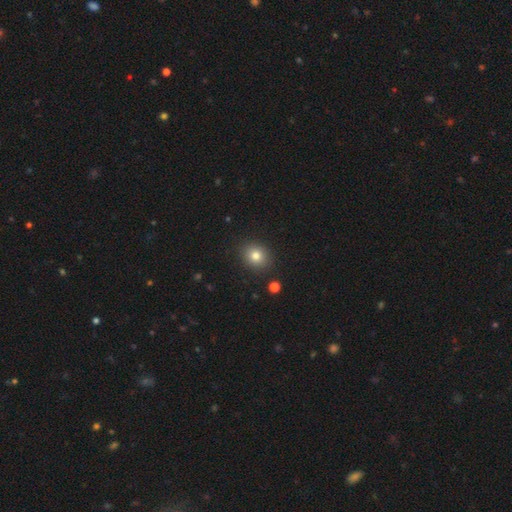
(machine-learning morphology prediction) Smooth or featured? Predicted: smooth (p=0.80). How rounded? Predicted: round (p=0.74). Merging? Predicted: none (p=0.88).